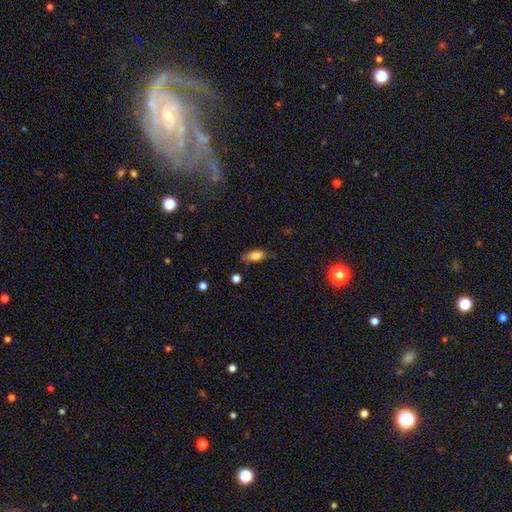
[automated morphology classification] smooth-or-featured: smooth: 83% | star or artifact: 9% | featured or disk: 8%
  how-rounded: in between: 88% | cigar-shaped: 7% | round: 5%
  merging: none: 63% | minor disturbance: 27% | major disturbance: 7% | merger: 3%